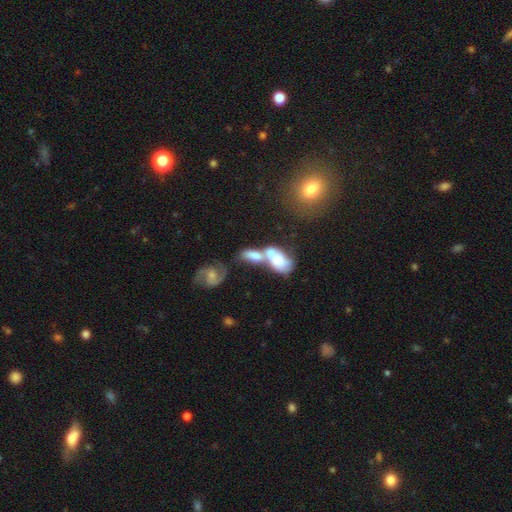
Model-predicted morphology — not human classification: smooth-or-featured: smooth: 54% | featured or disk: 37% | star or artifact: 9%
  how-rounded: in between: 83% | cigar-shaped: 9% | round: 8%
  merging: merger: 71% | none: 14% | minor disturbance: 8% | major disturbance: 7%